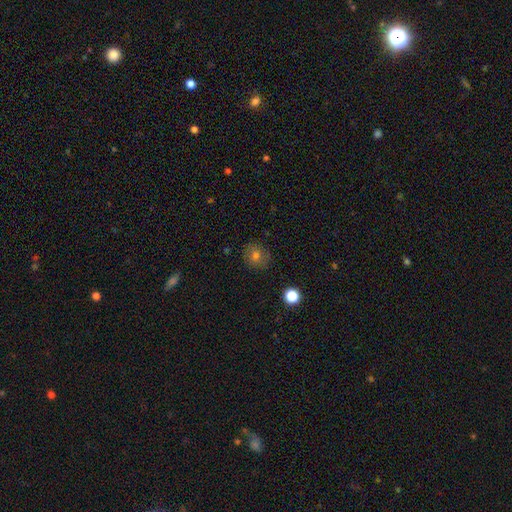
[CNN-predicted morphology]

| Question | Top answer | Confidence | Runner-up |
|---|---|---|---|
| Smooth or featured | smooth | 74% | star or artifact (14%) |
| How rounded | round | 83% | in between (17%) |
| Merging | none | 84% | minor disturbance (11%) |